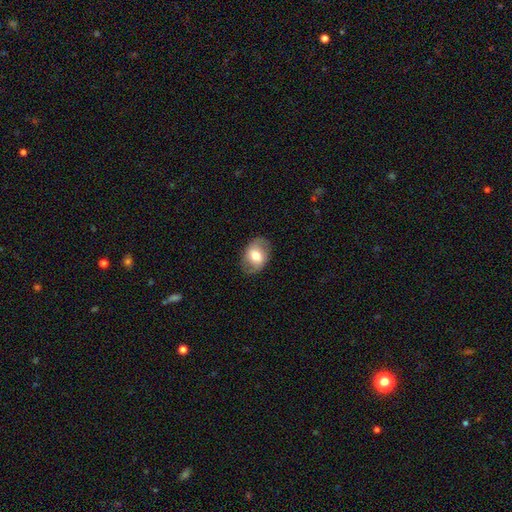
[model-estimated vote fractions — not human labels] smooth 51%, featured or disk 41%, star or artifact 8%. Down the decision tree: how rounded — in between (75%); merging — none (82%).